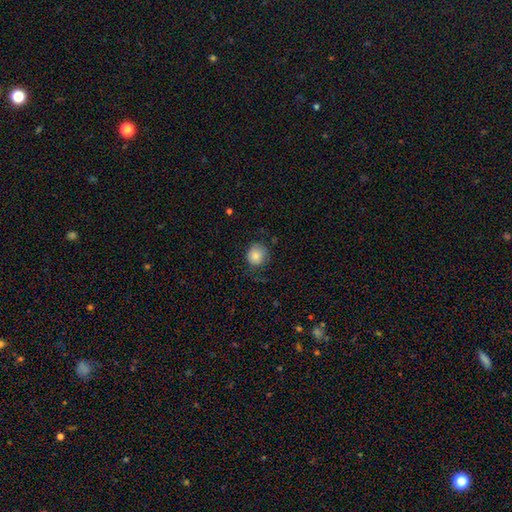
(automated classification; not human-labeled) A smooth galaxy with no disk features (83%) that is round (87%).

Vote fractions:
- Smooth or featured? smooth: 83% / star or artifact: 9% / featured or disk: 8%
- How rounded? round: 87% / in between: 12% / cigar-shaped: 1%
- Merging? none: 66% / minor disturbance: 24% / major disturbance: 9% / merger: 1%